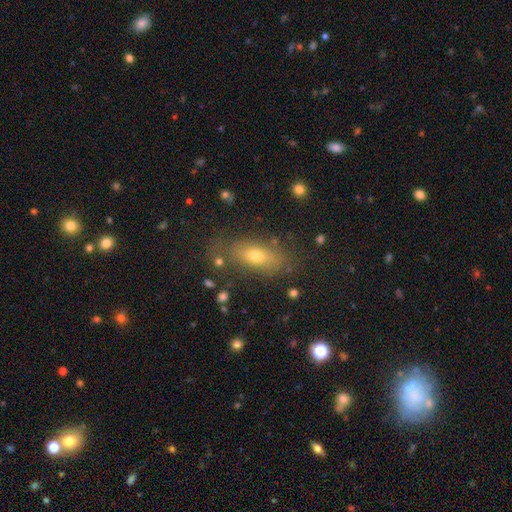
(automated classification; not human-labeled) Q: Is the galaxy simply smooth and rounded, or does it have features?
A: smooth — 67%.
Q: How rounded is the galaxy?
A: in between — 74%.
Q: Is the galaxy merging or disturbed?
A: none — 76%.